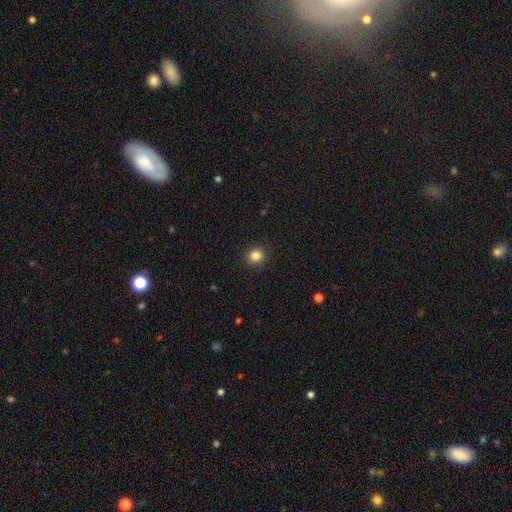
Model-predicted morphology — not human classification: Smooth or featured? Predicted: smooth (p=0.84). How rounded? Predicted: round (p=0.83). Merging? Predicted: none (p=0.91).